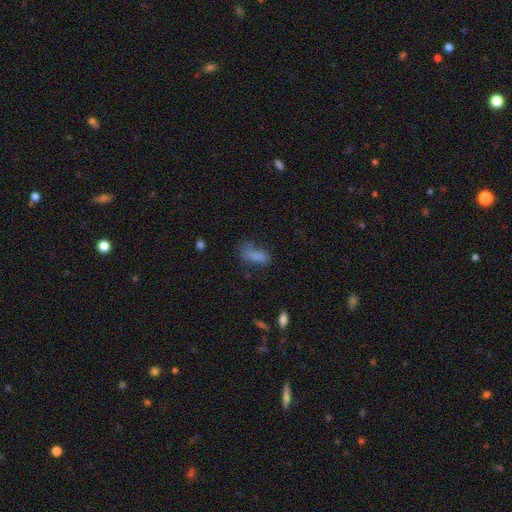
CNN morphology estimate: Smooth or featured? smooth (79%)
How rounded? in between (79%)
Merging? none (43%)